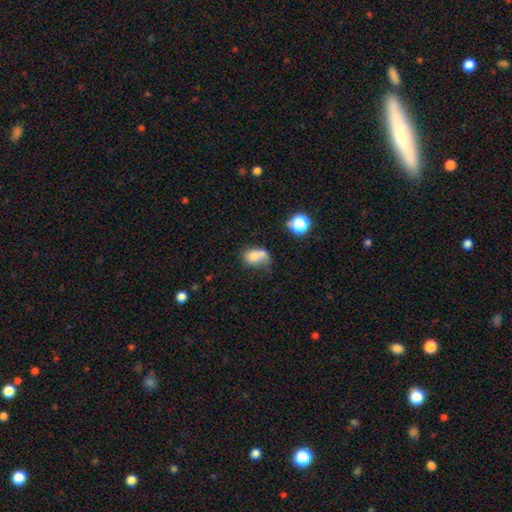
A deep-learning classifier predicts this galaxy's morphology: Smooth or featured: smooth — 72% (featured or disk — 16%)
How rounded: in between — 64% (round — 35%)
Merging: merger — 42% (none — 27%)